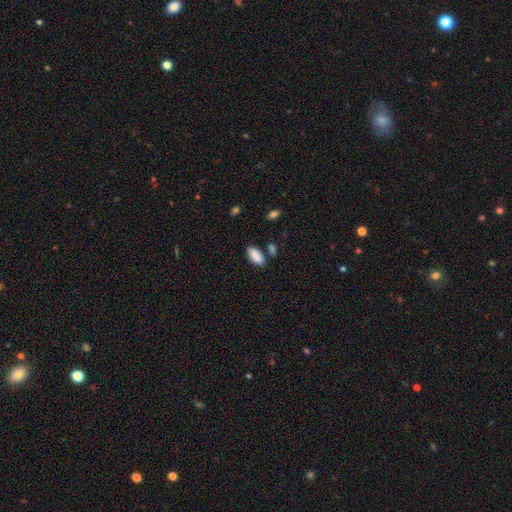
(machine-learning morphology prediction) smooth-or-featured: smooth: 89% | star or artifact: 7% | featured or disk: 4%
  how-rounded: in between: 88% | cigar-shaped: 10% | round: 2%
  merging: none: 76% | minor disturbance: 13% | merger: 8% | major disturbance: 3%